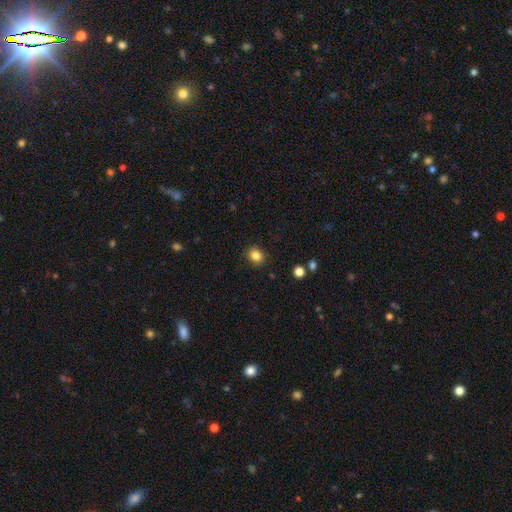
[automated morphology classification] This appears to be a smooth galaxy with no disk features (84%) that is round (64%). Merging: none (88%).